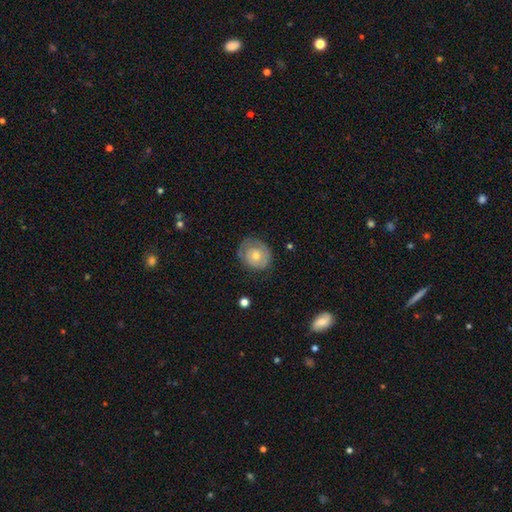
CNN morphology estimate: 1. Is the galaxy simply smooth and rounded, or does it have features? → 50% smooth, 43% featured or disk, 7% star or artifact.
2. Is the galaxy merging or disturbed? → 69% none, 22% minor disturbance, 7% major disturbance, 1% merger.